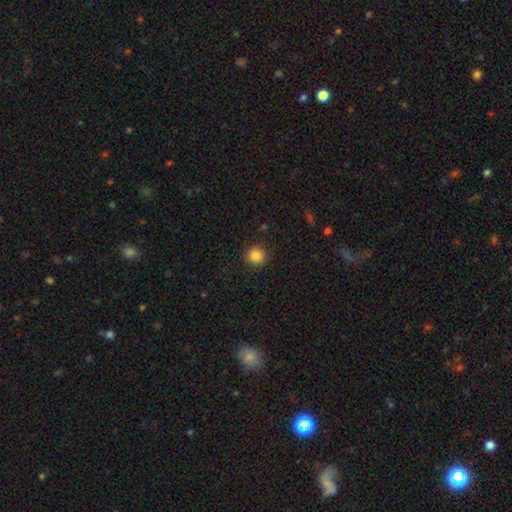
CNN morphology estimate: type=smooth (86%); roundness=round (93%); merging=none (90%).